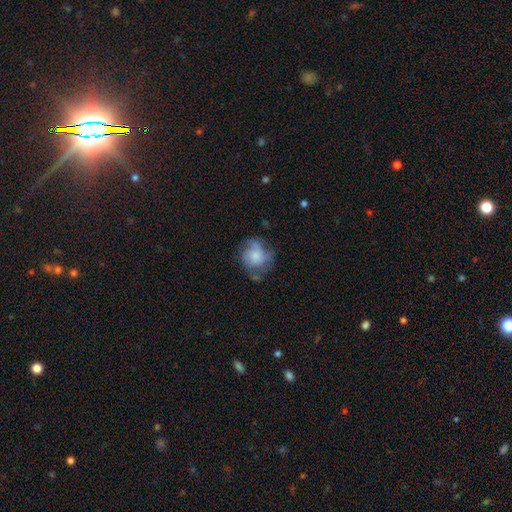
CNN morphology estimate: Q: Smooth or featured?
A: smooth (53%); runner-up: featured or disk (38%)
Q: How rounded?
A: round (75%); runner-up: in between (24%)
Q: Merging?
A: none (56%); runner-up: minor disturbance (26%)